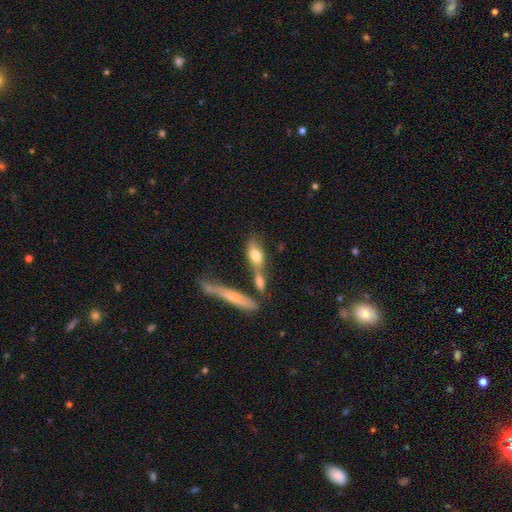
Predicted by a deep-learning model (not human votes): The model was most divided on "merging": none: 41%, merger: 37%, minor disturbance: 14%, major disturbance: 8%. More confident: smooth or featured — smooth (67%); how rounded — in between (58%).